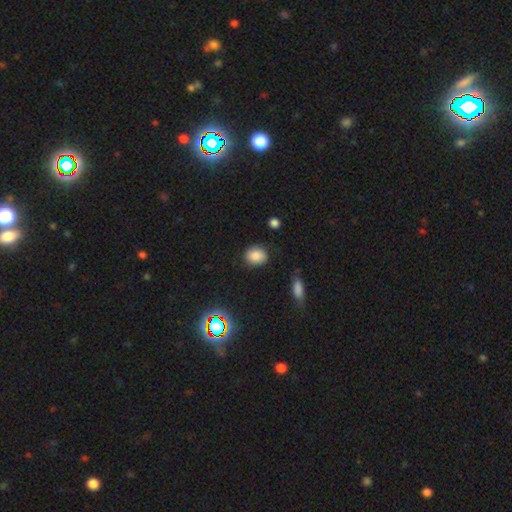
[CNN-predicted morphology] The model was most divided on "how rounded": round: 52%, in between: 47%, cigar-shaped: 1%. More confident: smooth or featured — smooth (84%); merging — none (80%).